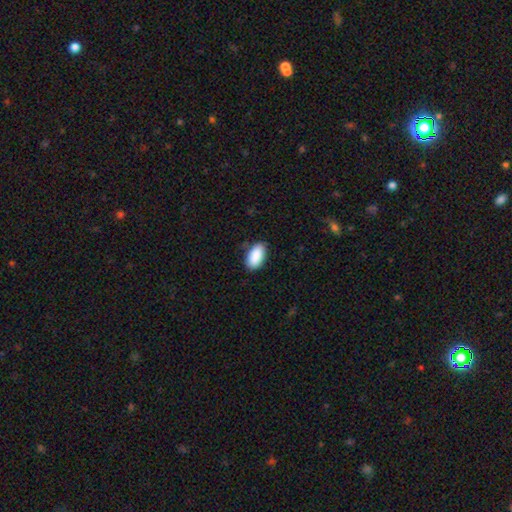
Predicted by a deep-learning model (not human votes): This appears to be a smooth galaxy with no disk features (90%) that is in between round and cigar-shaped (95%). Merging: none (83%).